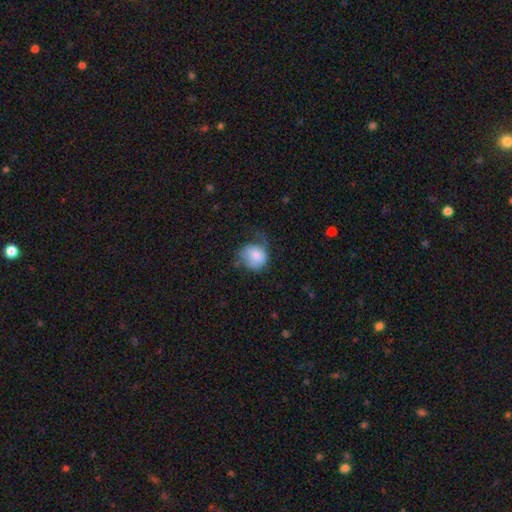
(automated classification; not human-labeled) Smooth or featured: smooth — 73% (featured or disk — 20%)
How rounded: round — 70% (in between — 29%)
Merging: none — 34% (minor disturbance — 33%)